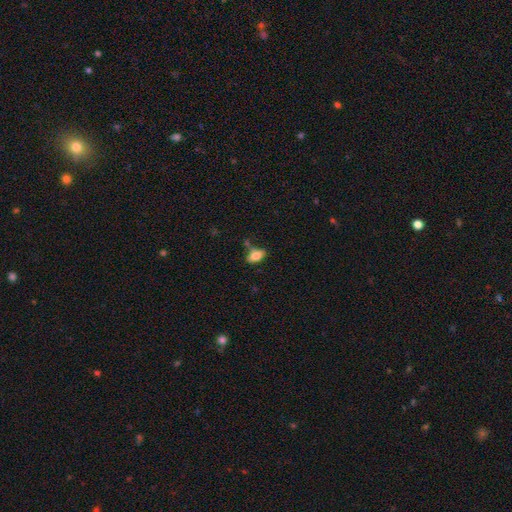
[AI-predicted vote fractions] This appears to be a smooth galaxy with no disk features (78%) that is in between round and cigar-shaped (88%). Merging: none (64%).